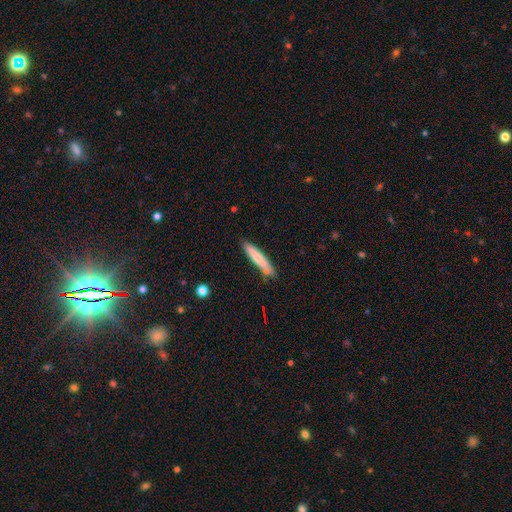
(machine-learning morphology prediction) type=smooth (69%); roundness=cigar-shaped (93%); merging=none (82%).